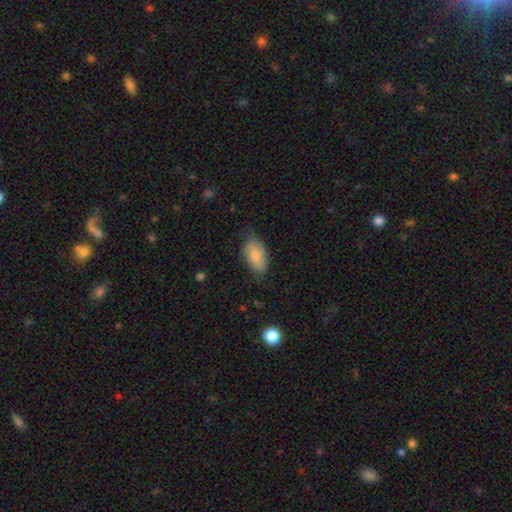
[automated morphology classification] Smooth or featured: smooth — 81% (featured or disk — 13%)
How rounded: in between — 93% (round — 4%)
Merging: none — 65% (minor disturbance — 28%)